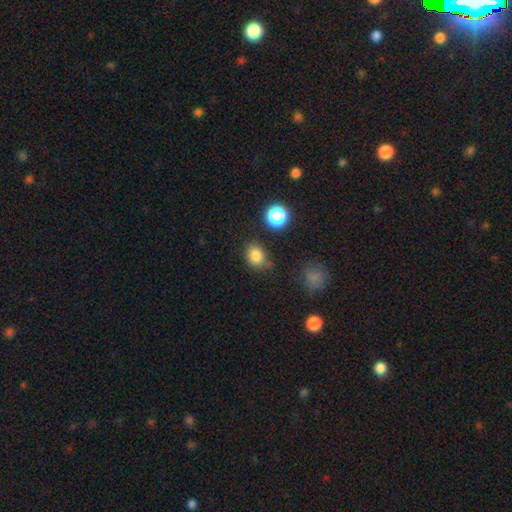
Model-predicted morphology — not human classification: Smooth or featured?
  - smooth: 82% *
  - star or artifact: 13%
  - featured or disk: 5%
How rounded?
  - round: 56% *
  - in between: 43%
  - cigar-shaped: 1%
Merging?
  - none: 71% *
  - minor disturbance: 19%
  - major disturbance: 5%
  - merger: 4%